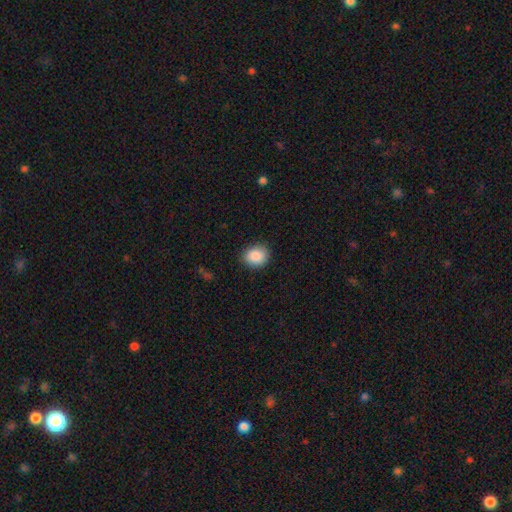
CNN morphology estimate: Overall: smooth (88%). How rounded: round (59%; in between 40%). Merging: none (87%).